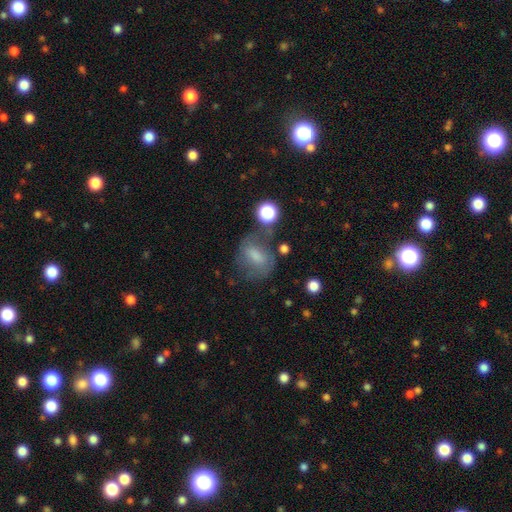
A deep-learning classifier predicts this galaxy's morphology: smooth_or_featured: smooth (p=0.54) [alt: featured or disk p=0.32]
how_rounded: in between (p=0.62) [alt: round p=0.35]
merging: none (p=0.50) [alt: minor disturbance p=0.23]